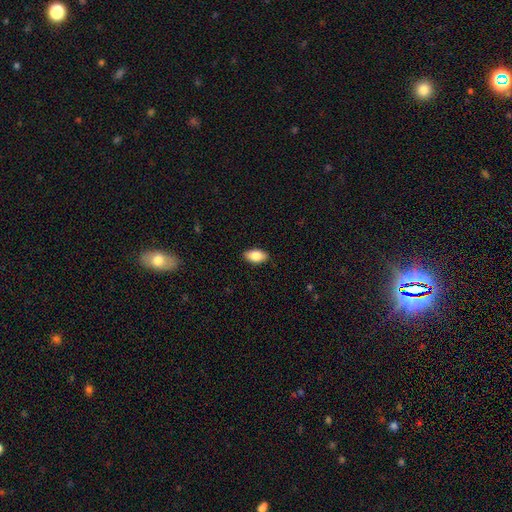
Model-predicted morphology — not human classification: The model was most divided on "smooth or featured": smooth: 84%, featured or disk: 10%, star or artifact: 7%. More confident: how rounded — in between (93%); merging — none (89%).